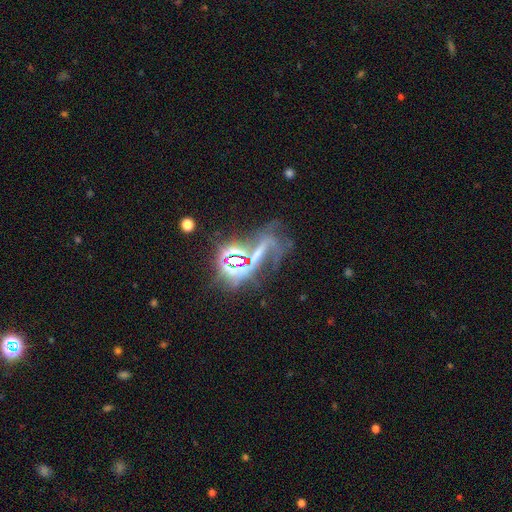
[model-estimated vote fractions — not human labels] Smooth or featured? Predicted: star or artifact (p=0.57).